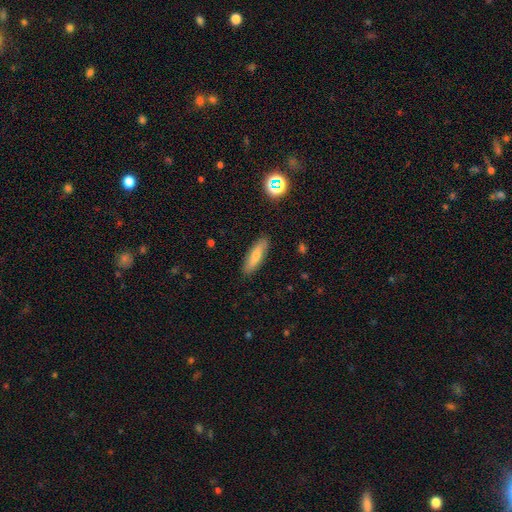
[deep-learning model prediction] smooth_or_featured: smooth (p=0.68) [alt: featured or disk p=0.25]
how_rounded: cigar-shaped (p=0.60) [alt: in between p=0.38]
merging: none (p=0.87) [alt: minor disturbance p=0.10]